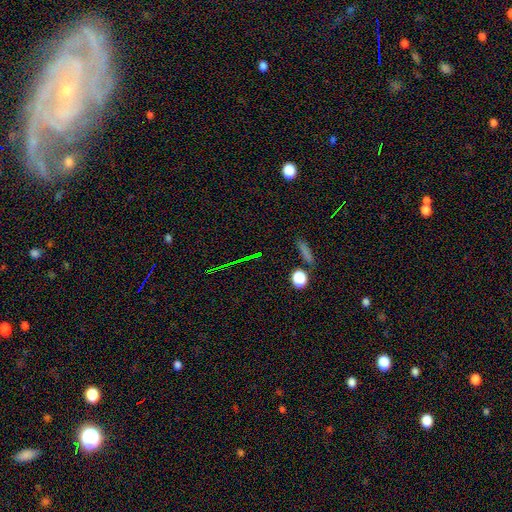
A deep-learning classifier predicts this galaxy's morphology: type=star or artifact (66%).